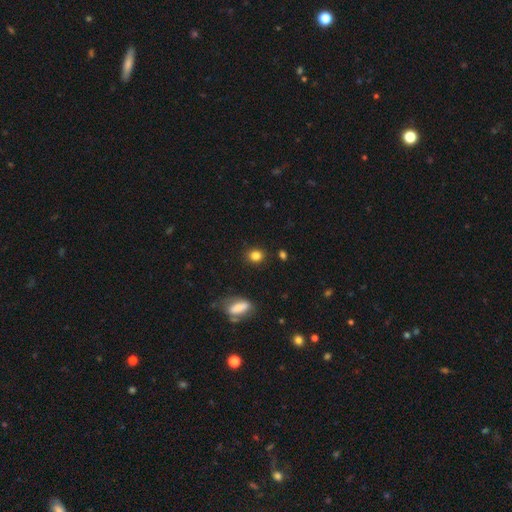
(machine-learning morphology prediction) A smooth galaxy with no disk features (83%) that is round (66%).

Vote fractions:
- Smooth or featured? smooth: 83% / star or artifact: 12% / featured or disk: 6%
- How rounded? round: 66% / in between: 32% / cigar-shaped: 2%
- Merging? none: 86% / minor disturbance: 9% / major disturbance: 3% / merger: 2%